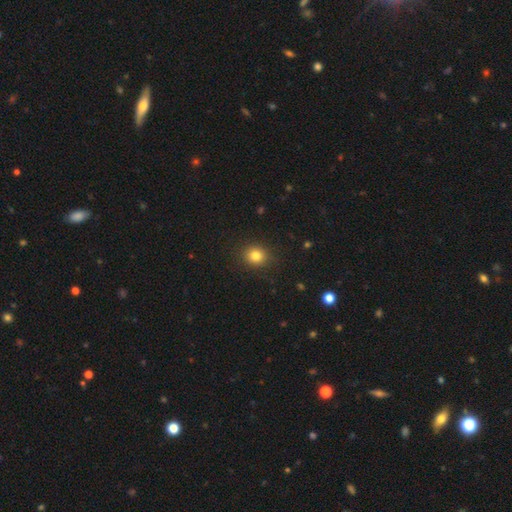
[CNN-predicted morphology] Smooth or featured? smooth (82%)
How rounded? round (75%)
Merging? none (89%)